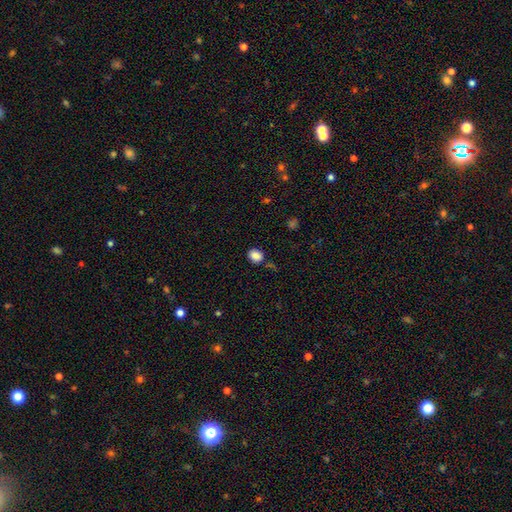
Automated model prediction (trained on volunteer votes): Smooth or featured? Predicted: smooth (p=0.85). How rounded? Predicted: round (p=0.56). Merging? Predicted: none (p=0.77).